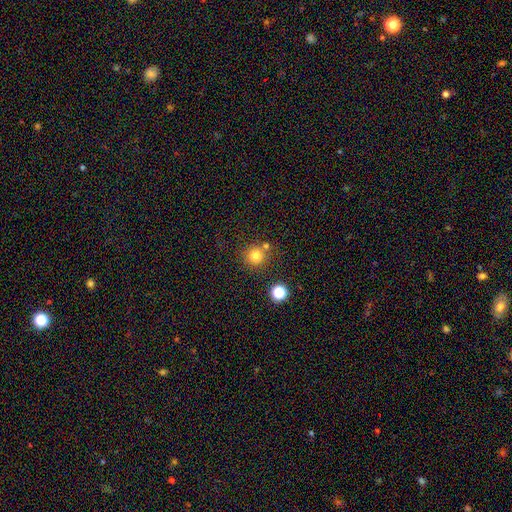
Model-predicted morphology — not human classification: This is likely a smooth galaxy (79%). How rounded: clearly round (94%). Merging: likely none (75%).